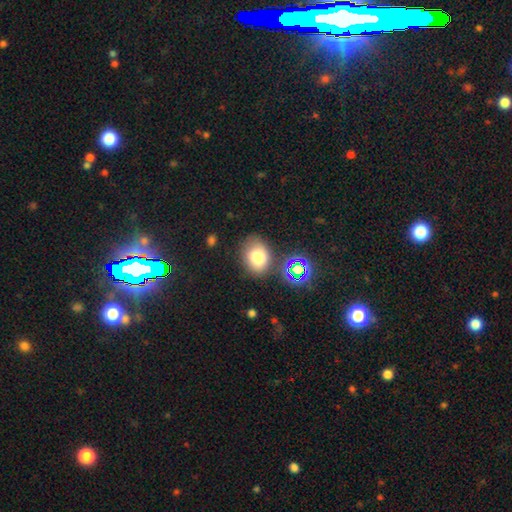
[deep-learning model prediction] This is likely a smooth galaxy (75%). How rounded: likely in between (62%). Merging: likely none (70%).